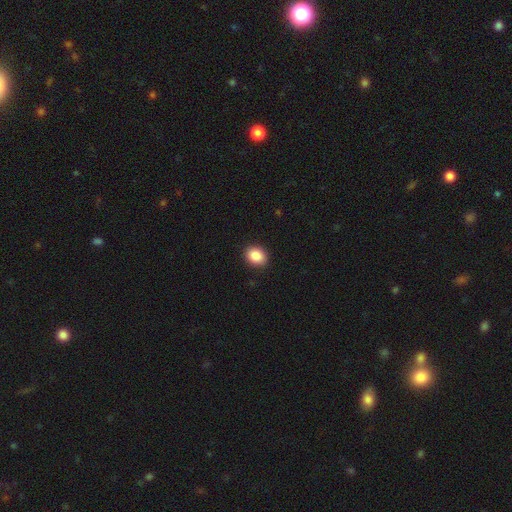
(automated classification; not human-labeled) smooth_or_featured: smooth (p=0.87) [alt: star or artifact p=0.08]
how_rounded: in between (p=0.55) [alt: round p=0.44]
merging: none (p=0.91) [alt: minor disturbance p=0.07]